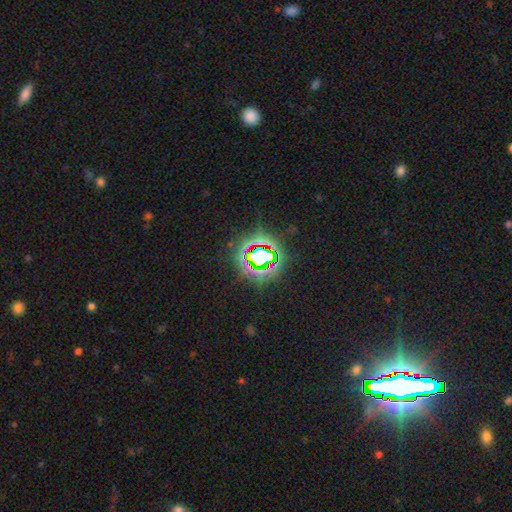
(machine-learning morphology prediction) star or artifact 78%, smooth 13%, featured or disk 9%.